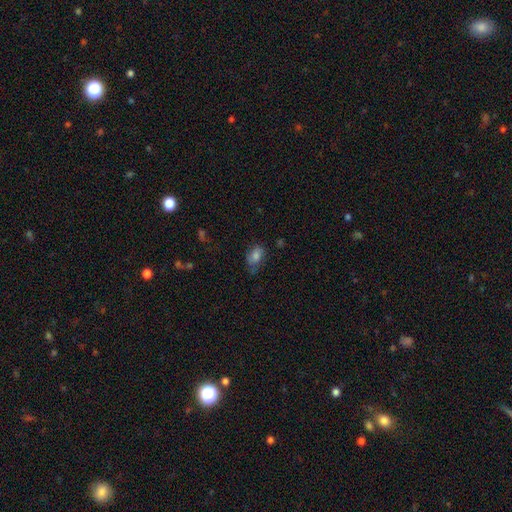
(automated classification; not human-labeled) A smooth galaxy with no disk features (69%) that is in between round and cigar-shaped (79%).

Vote fractions:
- Smooth or featured? smooth: 69% / featured or disk: 20% / star or artifact: 11%
- How rounded? in between: 79% / round: 19% / cigar-shaped: 2%
- Merging? none: 55% / minor disturbance: 30% / major disturbance: 13% / merger: 2%